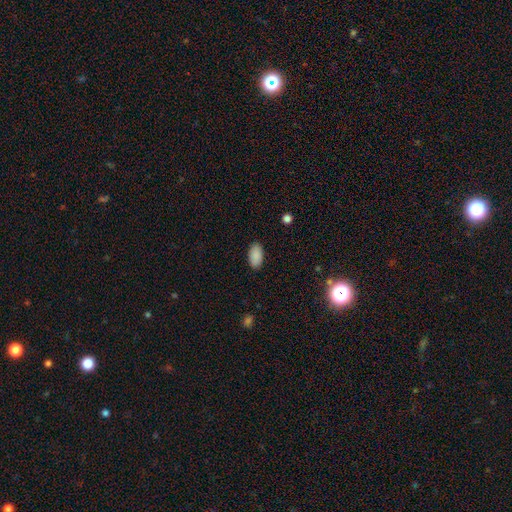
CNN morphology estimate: Smooth or featured? smooth (90%)
How rounded? in between (95%)
Merging? none (89%)